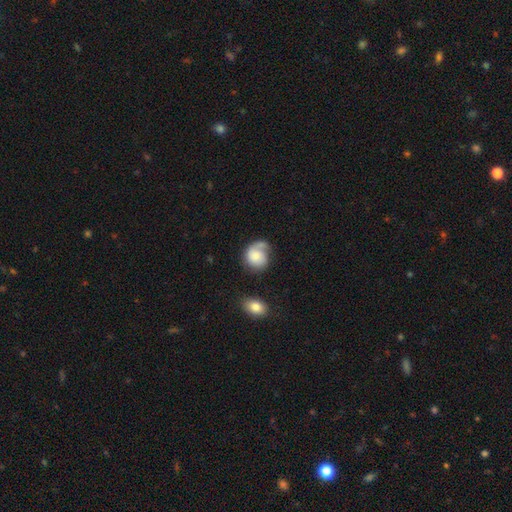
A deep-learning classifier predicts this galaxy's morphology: smooth_or_featured: smooth (p=0.53) [alt: featured or disk p=0.39]
how_rounded: round (p=0.68) [alt: in between p=0.31]
merging: none (p=0.42) [alt: minor disturbance p=0.24]